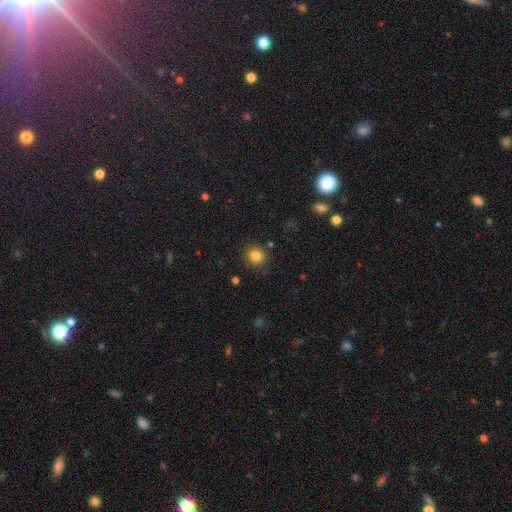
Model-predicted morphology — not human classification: A smooth galaxy with no disk features (82%) that is round (88%).

Vote fractions:
- Smooth or featured? smooth: 82% / star or artifact: 12% / featured or disk: 6%
- How rounded? round: 88% / in between: 11% / cigar-shaped: 1%
- Merging? none: 87% / minor disturbance: 8% / major disturbance: 3% / merger: 2%